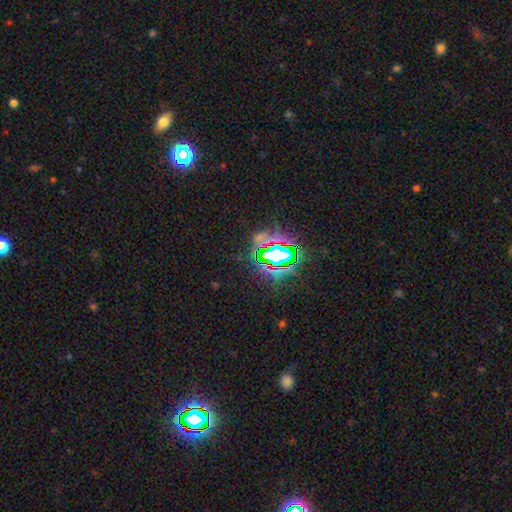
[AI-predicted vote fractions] smooth-or-featured: star or artifact: 75% | smooth: 14% | featured or disk: 11%